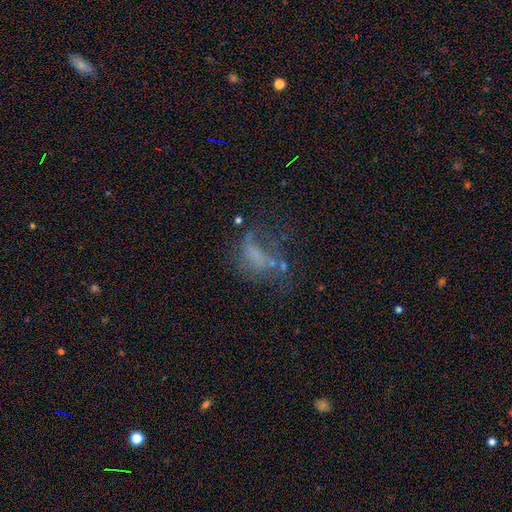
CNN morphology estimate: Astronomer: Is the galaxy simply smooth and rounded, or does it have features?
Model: featured or disk — 46% (runner-up: smooth, 34%).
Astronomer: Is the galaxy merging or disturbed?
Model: major disturbance — 42% (runner-up: none, 31%).